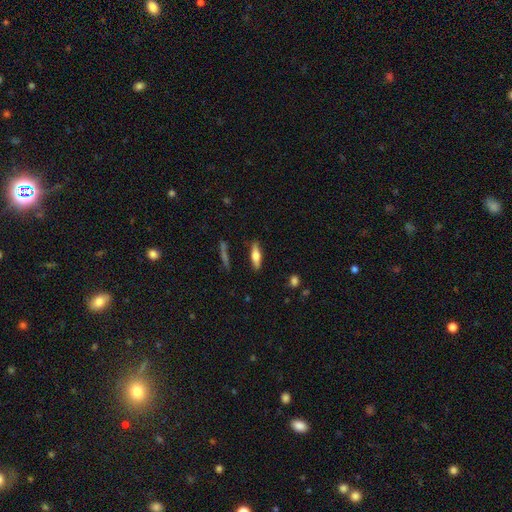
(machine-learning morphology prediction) This appears to be a smooth galaxy with no disk features (53%) that is cigar-shaped (60%). Merging: none (84%).